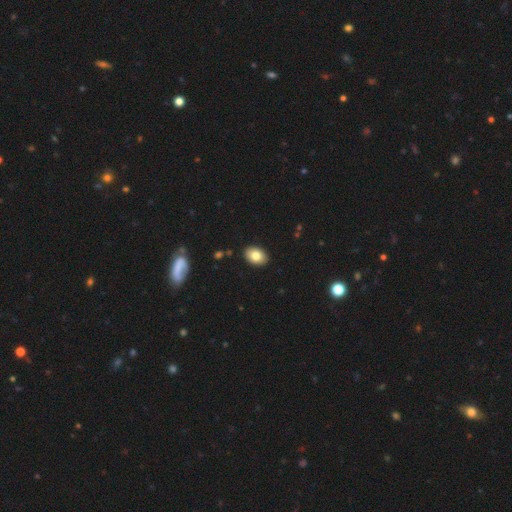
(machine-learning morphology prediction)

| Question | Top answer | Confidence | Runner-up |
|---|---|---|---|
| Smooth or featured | smooth | 82% | featured or disk (10%) |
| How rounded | in between | 81% | round (18%) |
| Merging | none | 90% | minor disturbance (7%) |